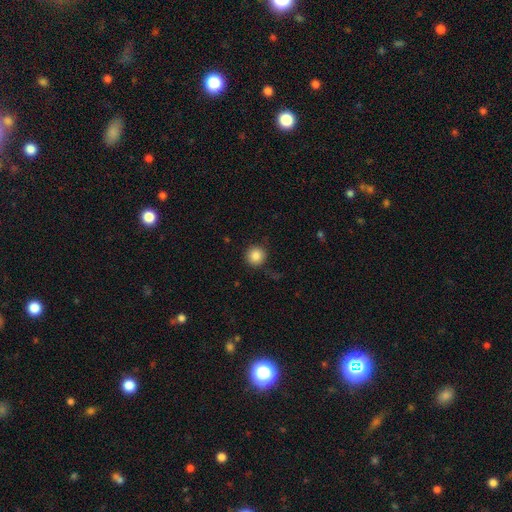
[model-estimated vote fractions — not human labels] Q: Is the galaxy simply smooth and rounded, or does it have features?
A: smooth — 85%.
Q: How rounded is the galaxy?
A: round — 94%.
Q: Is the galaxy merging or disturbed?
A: none — 84%.